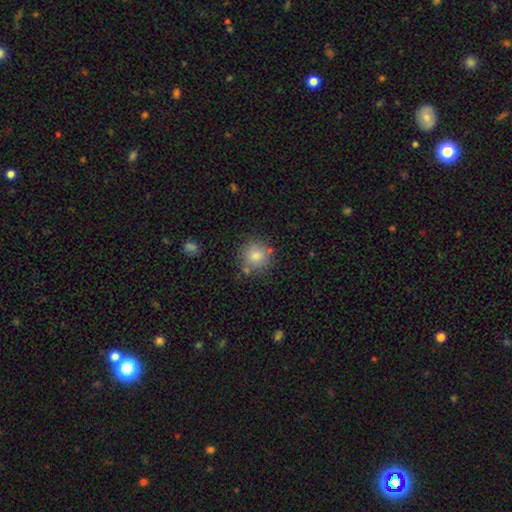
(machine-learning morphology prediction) The model was most divided on "merging": none: 77%, minor disturbance: 12%, merger: 7%, major disturbance: 4%. More confident: how rounded — round (92%); smooth or featured — smooth (82%).